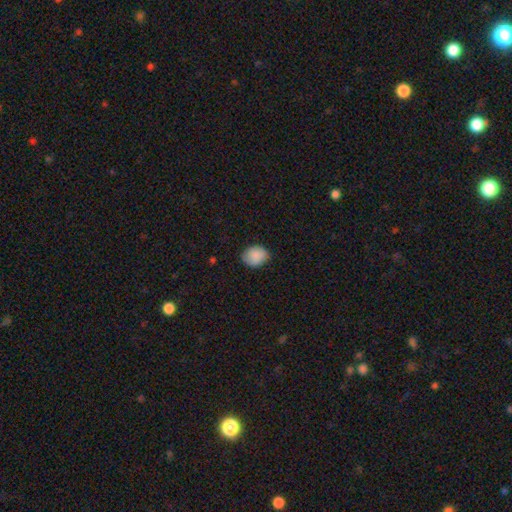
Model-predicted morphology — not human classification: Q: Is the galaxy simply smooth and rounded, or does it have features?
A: smooth — 88%.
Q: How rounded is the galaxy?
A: in between — 50%.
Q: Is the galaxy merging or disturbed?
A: none — 80%.